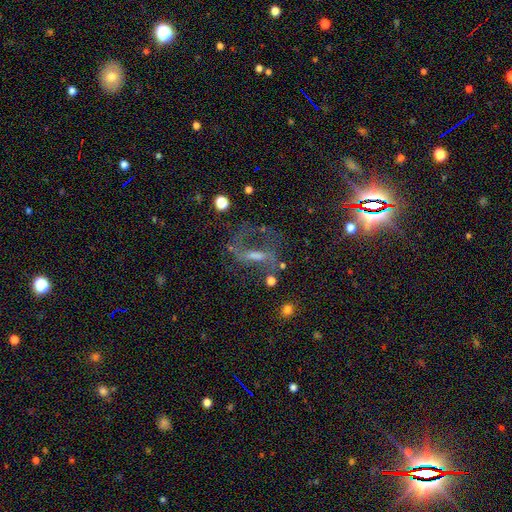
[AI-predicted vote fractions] Q: Smooth or featured?
A: featured or disk (65%); runner-up: star or artifact (21%)
Q: Edge-on disk?
A: no (88%); runner-up: yes (12%)
Q: Bar?
A: strong (47%); runner-up: weak (35%)
Q: Spiral arms?
A: yes (79%); runner-up: no (21%)
Q: Bulge size?
A: small (36%); runner-up: moderate (33%)
Q: Merging?
A: none (50%); runner-up: major disturbance (30%)